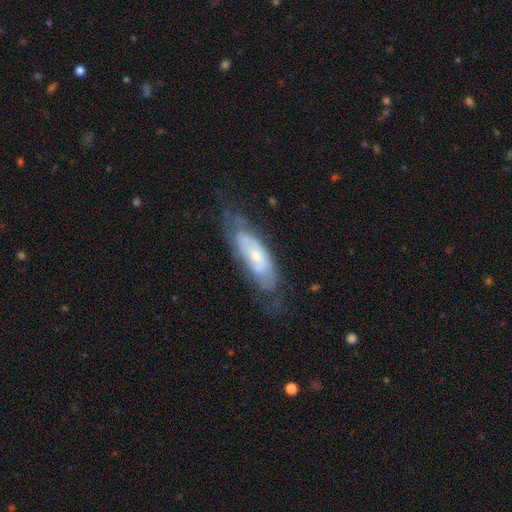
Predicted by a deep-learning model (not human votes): Smooth or featured? featured or disk (61%)
Edge-on disk? no (78%)
Merging? none (60%)